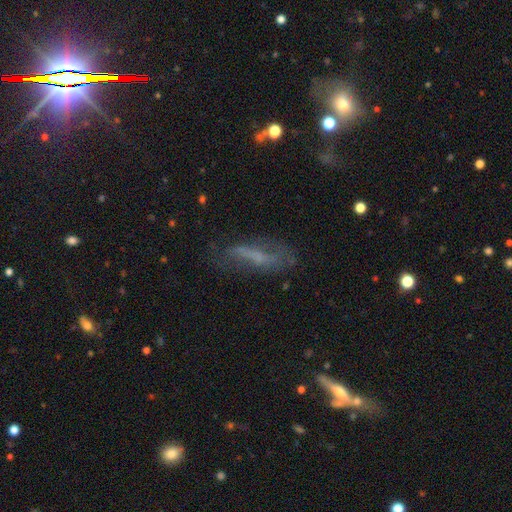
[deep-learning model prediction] A featured or disk galaxy (47%). Merging: none (56%).